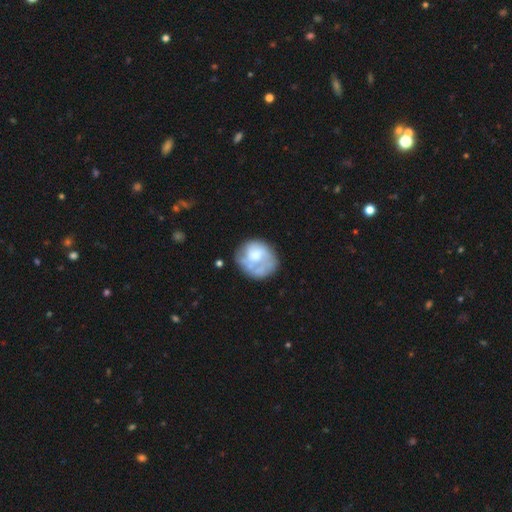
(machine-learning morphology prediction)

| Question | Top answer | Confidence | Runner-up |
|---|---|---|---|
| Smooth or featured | featured or disk | 48% | smooth (45%) |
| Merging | none | 52% | minor disturbance (25%) |